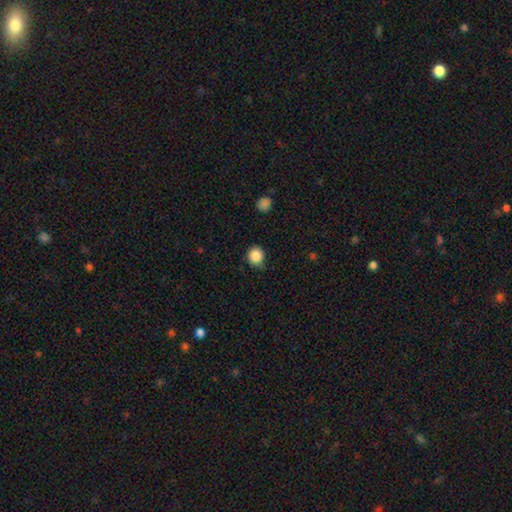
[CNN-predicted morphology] This is clearly a smooth galaxy (87%). How rounded: clearly round (84%). Merging: clearly none (81%).